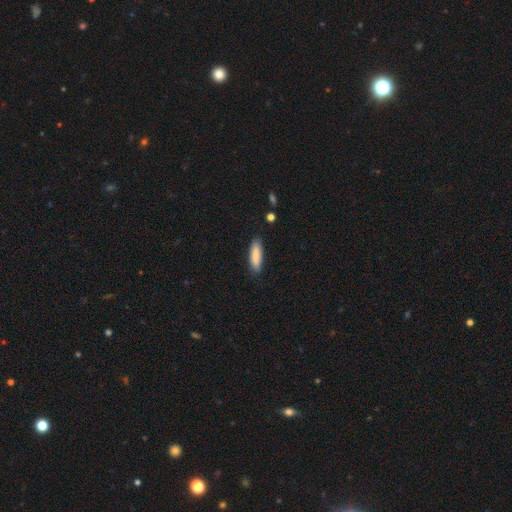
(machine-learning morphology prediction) Overall: smooth (83%). How rounded: cigar-shaped (58%; in between 41%). Merging: none (84%).